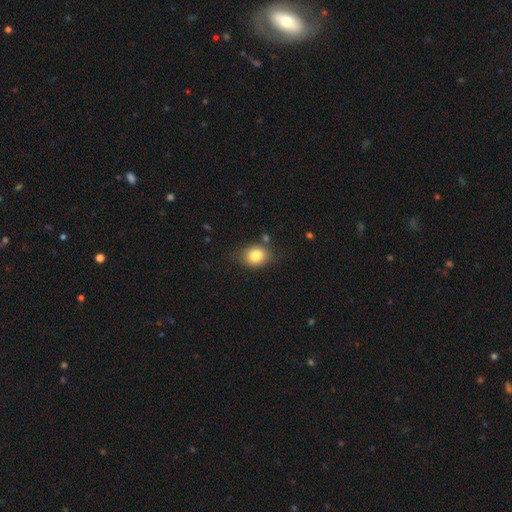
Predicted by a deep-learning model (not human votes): Smooth or featured?
  - smooth: 81% *
  - star or artifact: 10%
  - featured or disk: 9%
How rounded?
  - round: 56% *
  - in between: 43%
  - cigar-shaped: 1%
Merging?
  - none: 75% *
  - minor disturbance: 17%
  - merger: 4%
  - major disturbance: 4%